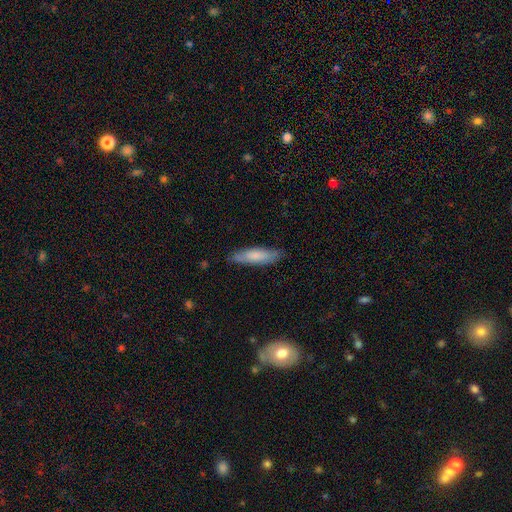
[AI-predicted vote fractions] Smooth or featured? smooth (75%)
How rounded? cigar-shaped (68%)
Merging? none (83%)